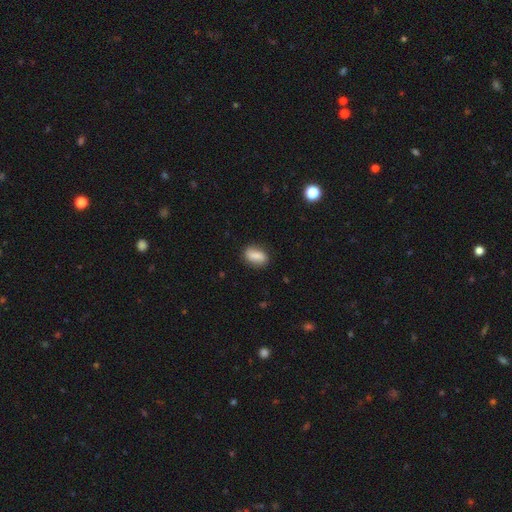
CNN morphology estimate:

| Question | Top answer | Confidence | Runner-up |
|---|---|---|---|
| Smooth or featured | smooth | 77% | featured or disk (15%) |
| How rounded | in between | 82% | round (11%) |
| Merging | none | 81% | minor disturbance (14%) |